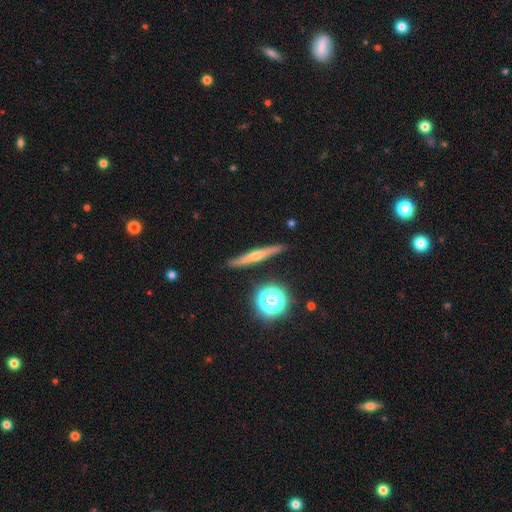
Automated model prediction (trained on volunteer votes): Overall: featured or disk (60%; smooth 29%). Edge-on disk: yes (95%). Edge-on bulge: rounded (76%). Merging: none (89%).